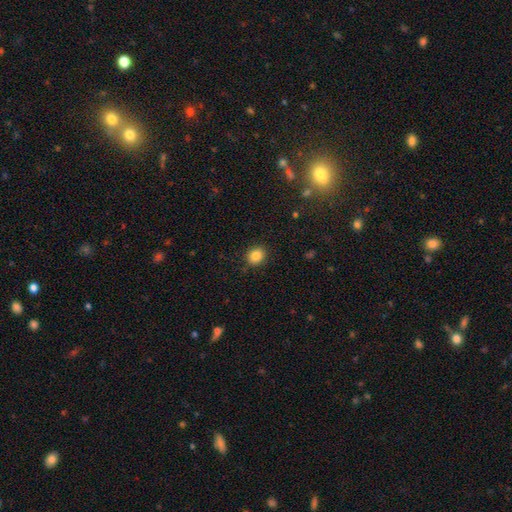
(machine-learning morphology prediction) smooth-or-featured: smooth: 85% | star or artifact: 10% | featured or disk: 5%
  how-rounded: round: 65% | in between: 34% | cigar-shaped: 1%
  merging: none: 90% | minor disturbance: 7% | major disturbance: 2% | merger: 1%